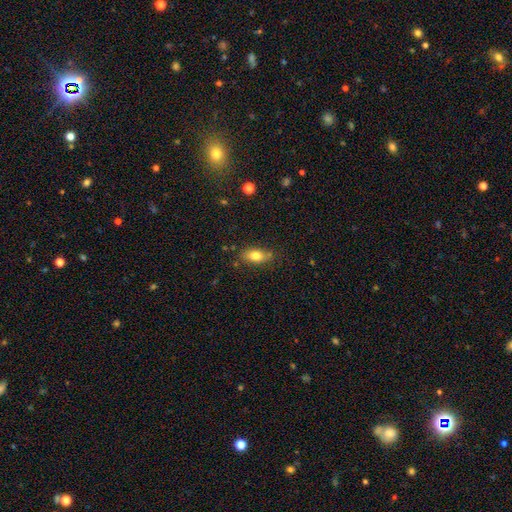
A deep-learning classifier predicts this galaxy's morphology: Smooth or featured: smooth — 76% (featured or disk — 16%)
How rounded: in between — 82% (cigar-shaped — 11%)
Merging: none — 78% (minor disturbance — 16%)